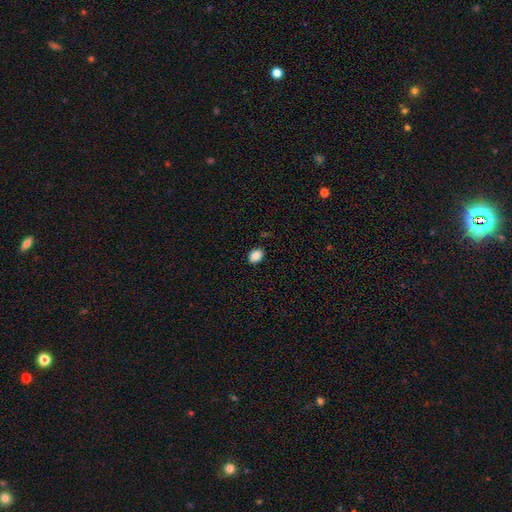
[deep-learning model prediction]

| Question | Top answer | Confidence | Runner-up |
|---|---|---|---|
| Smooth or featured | smooth | 88% | star or artifact (9%) |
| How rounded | in between | 68% | round (31%) |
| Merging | none | 88% | minor disturbance (9%) |